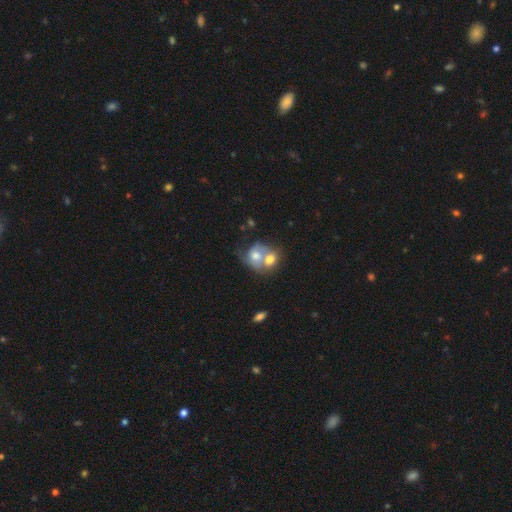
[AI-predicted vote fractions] Morphology: type=smooth (53%); roundness=round (60%); merging=merger (77%).